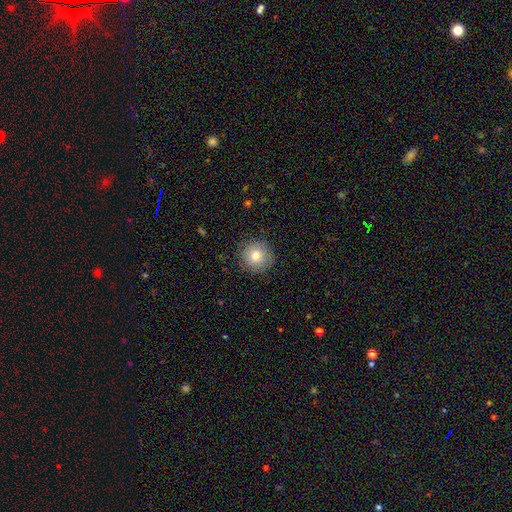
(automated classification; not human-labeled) This is likely a smooth galaxy (77%). How rounded: clearly round (94%). Merging: clearly none (88%).